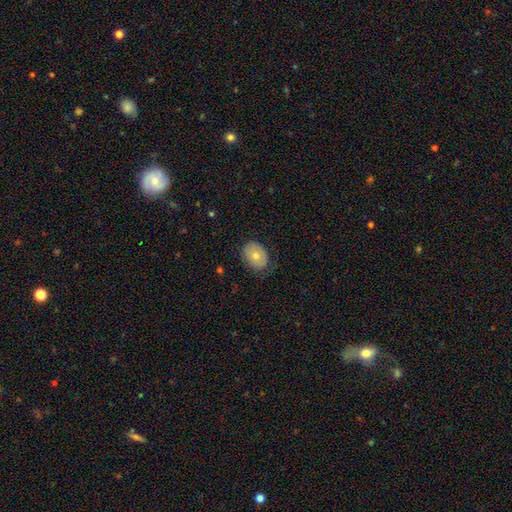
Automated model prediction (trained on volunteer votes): This appears to be a smooth galaxy with no disk features (63%) that is in between round and cigar-shaped (63%). Merging: none (72%).